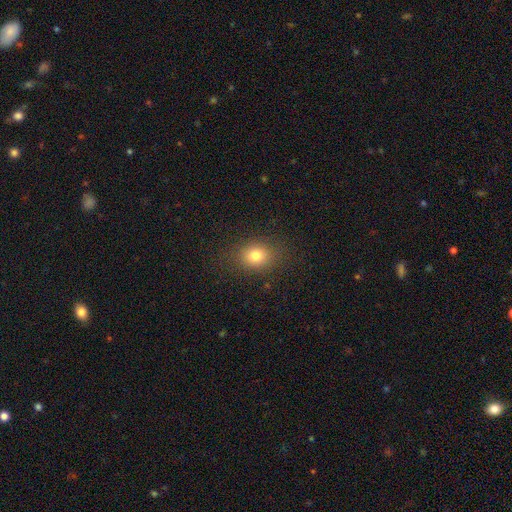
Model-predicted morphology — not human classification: smooth 78%, star or artifact 13%, featured or disk 8%. Down the decision tree: how rounded — round (56%); merging — none (85%).